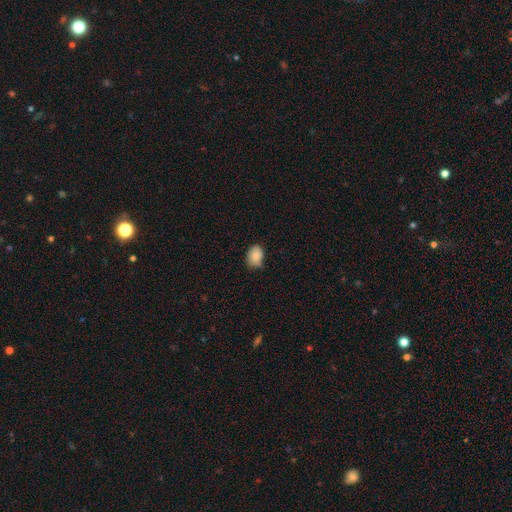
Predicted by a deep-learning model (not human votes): smooth_or_featured: smooth (p=0.85) [alt: star or artifact p=0.08]
how_rounded: in between (p=0.70) [alt: round p=0.29]
merging: none (p=0.62) [alt: minor disturbance p=0.32]